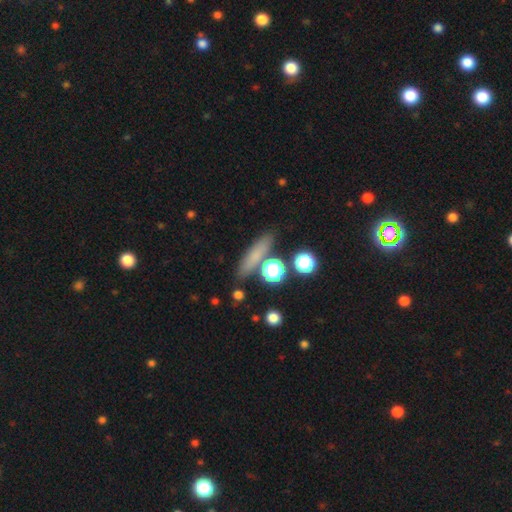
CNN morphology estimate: The model was most divided on "smooth or featured": smooth: 70%, featured or disk: 19%, star or artifact: 11%. More confident: merging — none (76%); how rounded — cigar-shaped (70%).